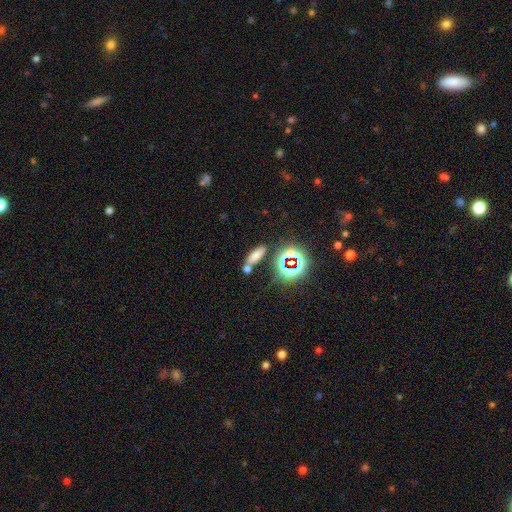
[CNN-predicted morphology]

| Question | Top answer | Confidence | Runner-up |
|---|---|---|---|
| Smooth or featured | smooth | 64% | star or artifact (26%) |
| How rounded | in between | 53% | cigar-shaped (37%) |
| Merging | none | 66% | merger (17%) |